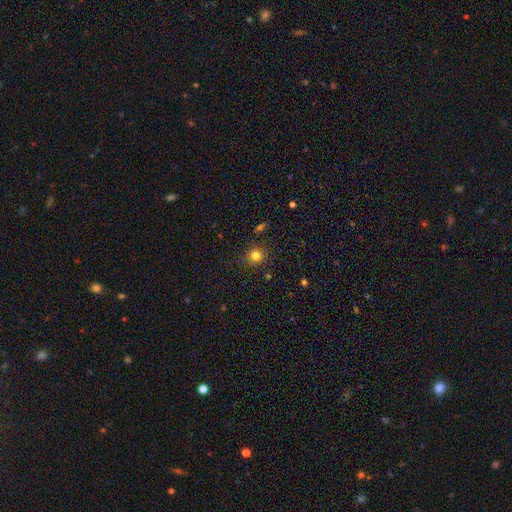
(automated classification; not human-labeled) A smooth galaxy with no disk features (80%) that is round (90%). Merging: none (85%).